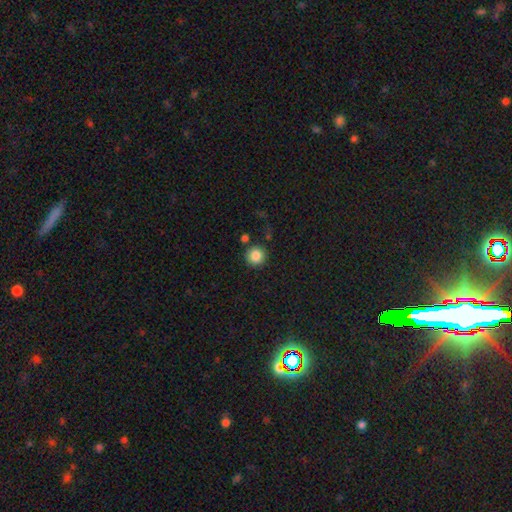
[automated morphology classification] smooth_or_featured: smooth (p=0.85) [alt: star or artifact p=0.10]
how_rounded: round (p=0.94) [alt: in between p=0.05]
merging: none (p=0.85) [alt: minor disturbance p=0.08]